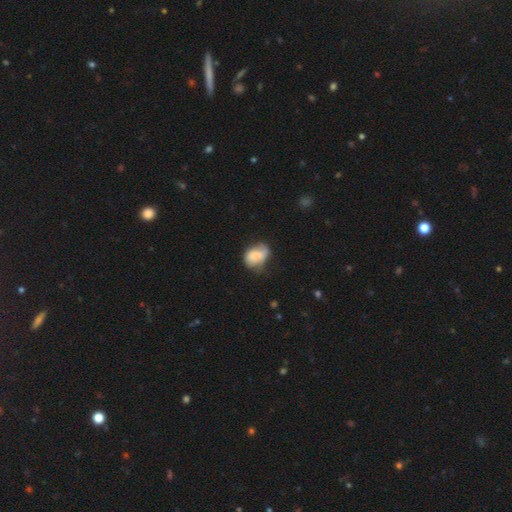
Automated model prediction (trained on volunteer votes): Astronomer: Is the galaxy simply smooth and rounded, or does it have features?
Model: smooth — 71%.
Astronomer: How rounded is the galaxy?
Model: in between — 72%.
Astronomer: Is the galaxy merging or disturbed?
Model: none — 41% (runner-up: minor disturbance, 37%).